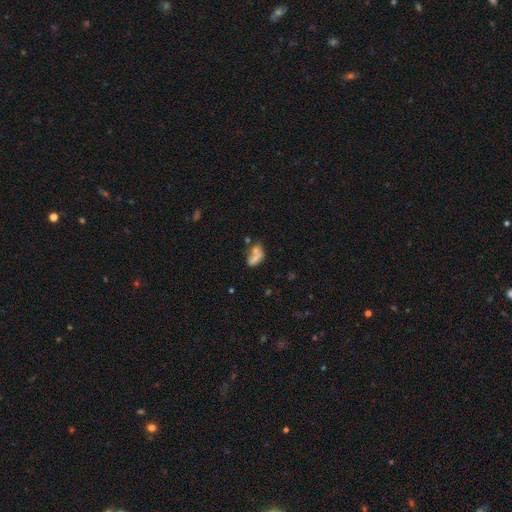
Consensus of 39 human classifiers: A smooth galaxy with no disk features (59%) that is in between round and cigar-shaped (65%). Merging: merger (44%).